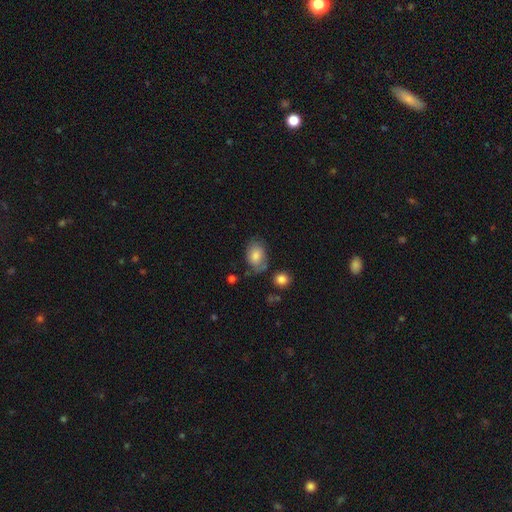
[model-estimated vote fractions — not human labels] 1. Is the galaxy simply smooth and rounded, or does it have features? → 80% smooth, 12% featured or disk, 8% star or artifact.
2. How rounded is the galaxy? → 79% in between, 20% round, 1% cigar-shaped.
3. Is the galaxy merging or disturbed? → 60% none, 26% minor disturbance, 8% major disturbance, 6% merger.